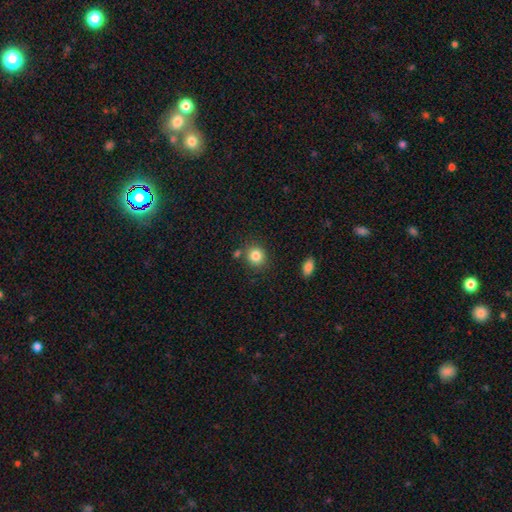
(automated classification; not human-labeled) A smooth galaxy with no disk features (84%) that is round (83%). Merging: none (79%).